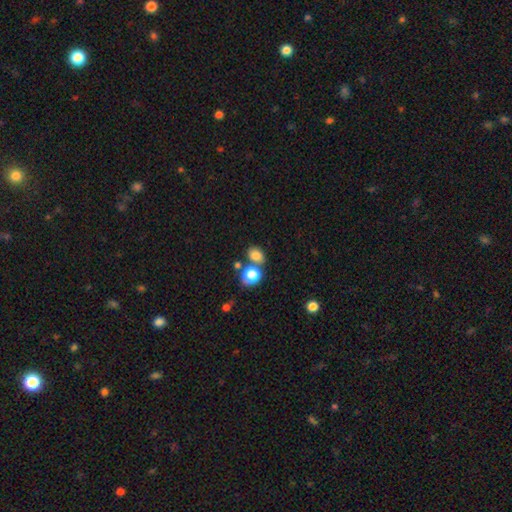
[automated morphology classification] Smooth or featured? Predicted: smooth (p=0.81). How rounded? Predicted: in between (p=0.54). Merging? Predicted: none (p=0.53).